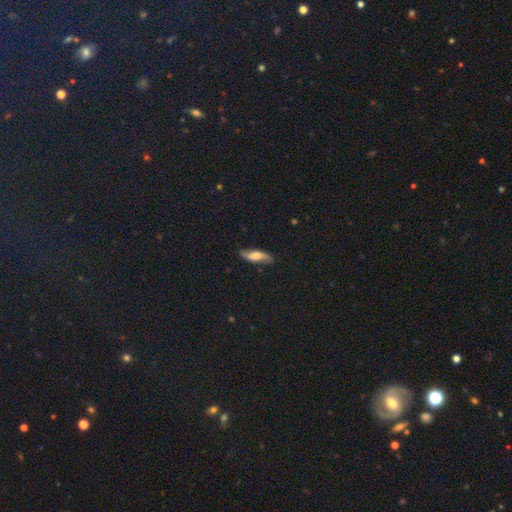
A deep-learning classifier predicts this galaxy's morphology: The model was most divided on "smooth or featured": featured or disk: 50%, smooth: 42%, star or artifact: 7%. More confident: merging — none (78%); edge-on disk — no (70%).